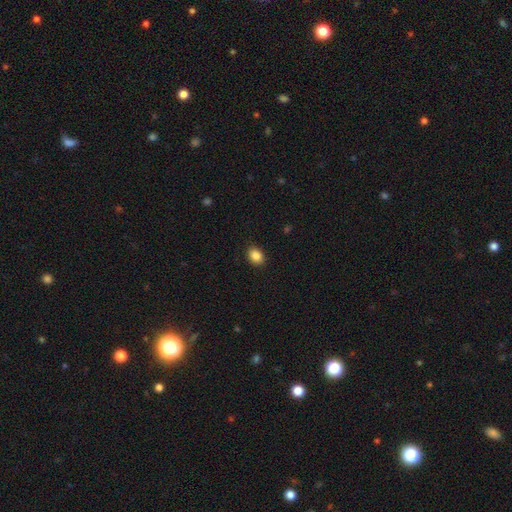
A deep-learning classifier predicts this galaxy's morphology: The model was most divided on "how rounded": in between: 69%, round: 30%, cigar-shaped: 1%. More confident: merging — none (89%); smooth or featured — smooth (88%).